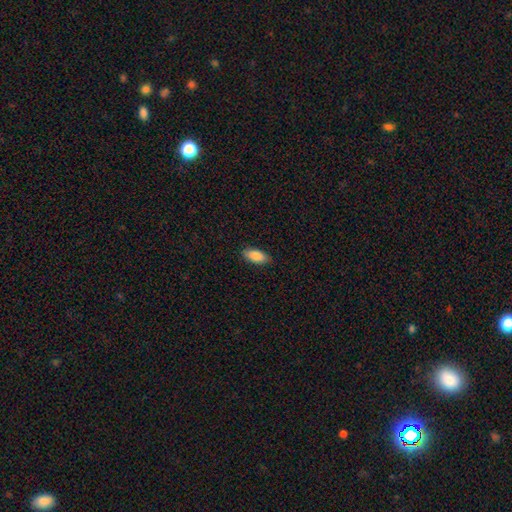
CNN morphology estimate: Overall: smooth (87%). How rounded: in between (89%). Merging: none (87%).